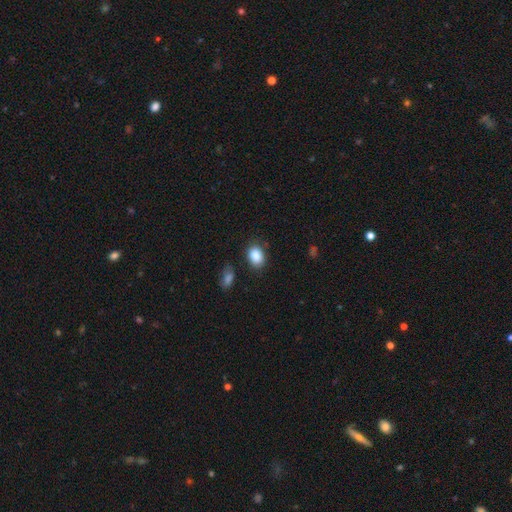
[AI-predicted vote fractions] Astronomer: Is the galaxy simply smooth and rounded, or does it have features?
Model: smooth — 87%.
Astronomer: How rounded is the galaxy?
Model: in between — 69%.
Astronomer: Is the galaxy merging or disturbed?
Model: none — 78%.